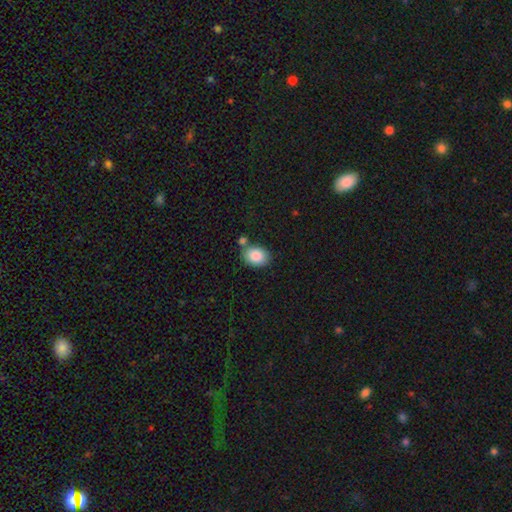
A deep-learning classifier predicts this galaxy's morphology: Smooth or featured: smooth — 86% (star or artifact — 8%)
How rounded: in between — 67% (round — 32%)
Merging: none — 67% (merger — 16%)